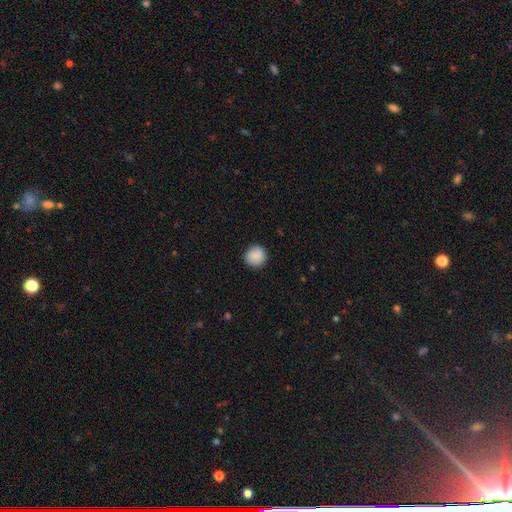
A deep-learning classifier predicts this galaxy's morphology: This appears to be a smooth galaxy with no disk features (89%) that is round (93%). Merging: none (90%).